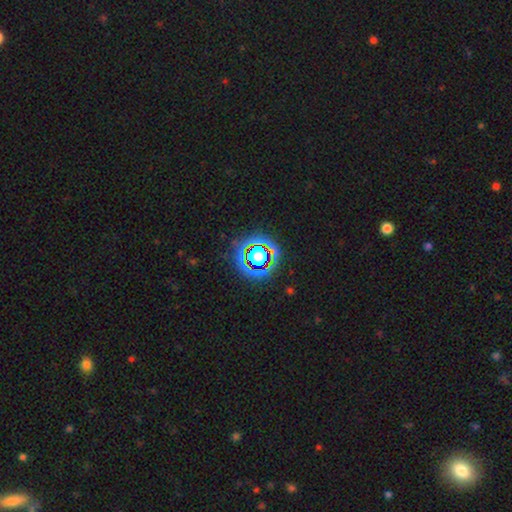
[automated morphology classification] type=star or artifact (78%).